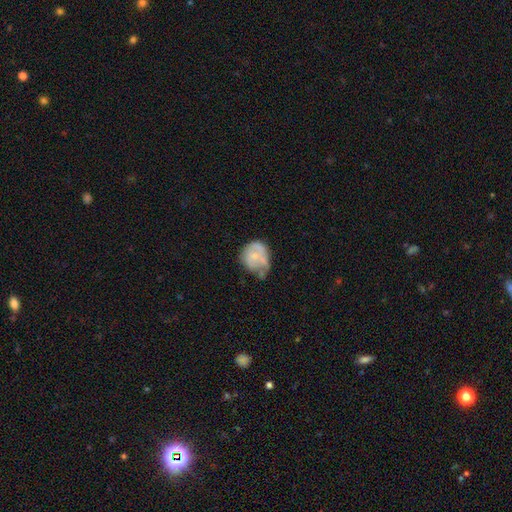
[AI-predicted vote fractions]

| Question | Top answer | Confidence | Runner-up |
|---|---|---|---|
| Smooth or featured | smooth | 53% | featured or disk (40%) |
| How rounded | round | 64% | in between (35%) |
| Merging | minor disturbance | 40% | none (30%) |